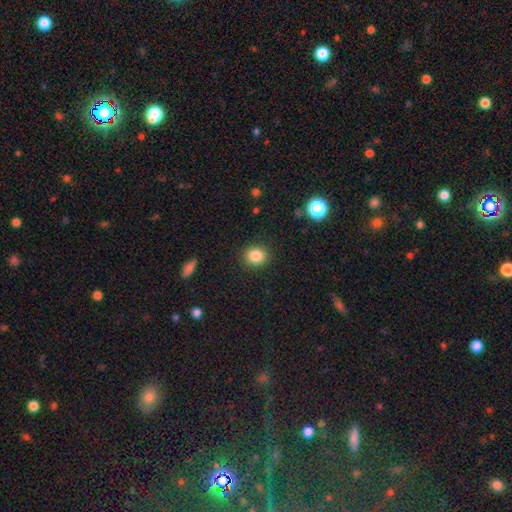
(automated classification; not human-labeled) Smooth or featured: smooth — 85% (star or artifact — 10%)
How rounded: round — 72% (in between — 27%)
Merging: none — 89% (minor disturbance — 8%)